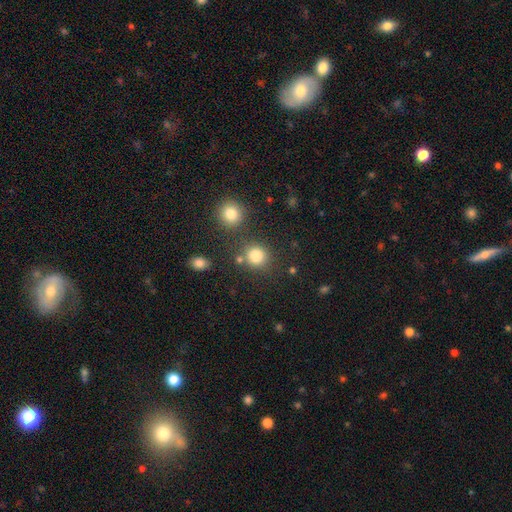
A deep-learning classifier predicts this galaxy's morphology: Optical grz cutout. It shows a smooth galaxy with no disk features (82%) that is round (87%). Merging: none (75%).